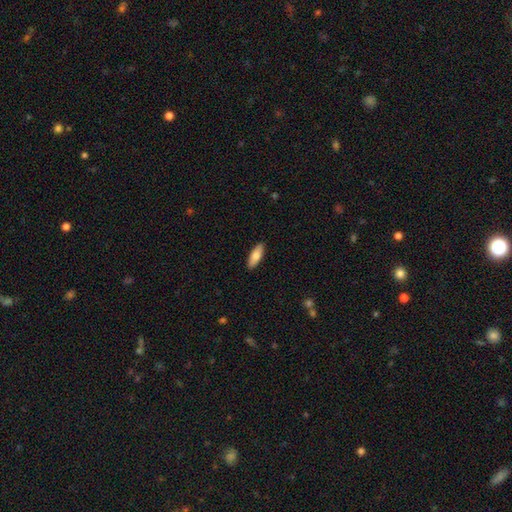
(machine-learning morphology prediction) Smooth or featured? smooth (77%)
How rounded? in between (62%)
Merging? none (90%)